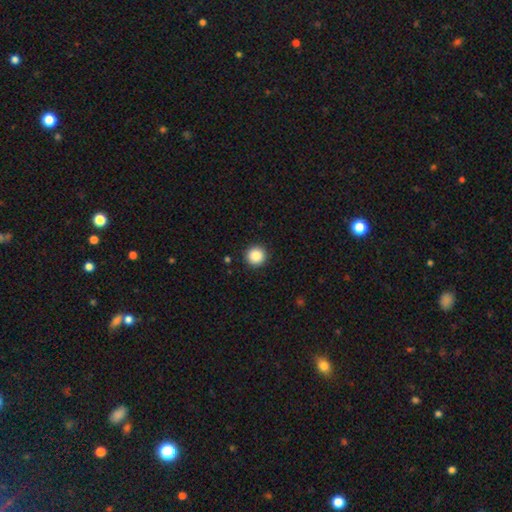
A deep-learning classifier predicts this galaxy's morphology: A smooth galaxy with no disk features (88%) that is round (96%). Merging: none (93%).